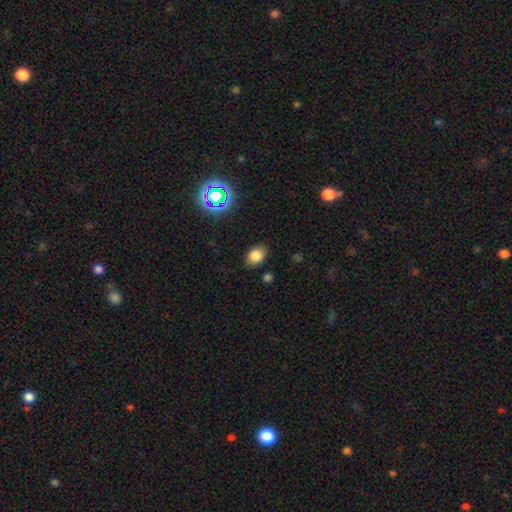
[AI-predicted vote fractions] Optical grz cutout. It shows a smooth galaxy with no disk features (79%) that is in between round and cigar-shaped (74%). Merging: none (83%).